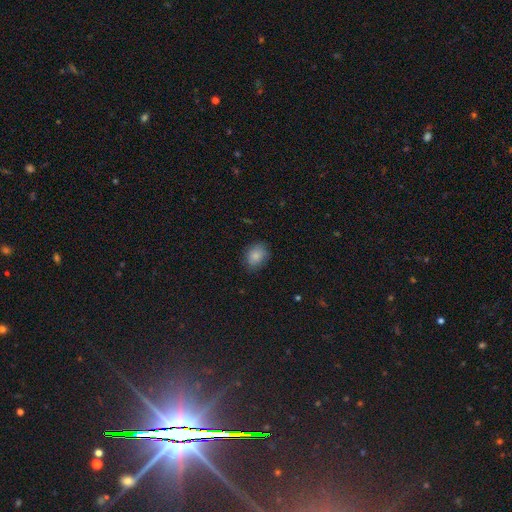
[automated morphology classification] smooth 85%, star or artifact 9%, featured or disk 6%. Down the decision tree: how rounded — in between (56%); merging — none (79%).